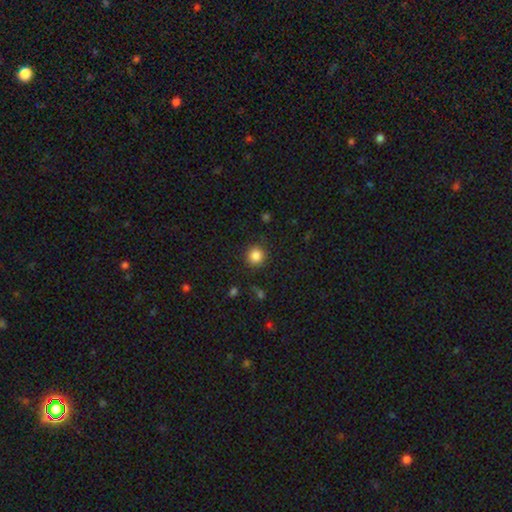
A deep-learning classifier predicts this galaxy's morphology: Smooth or featured: smooth — 85% (star or artifact — 11%)
How rounded: round — 91% (in between — 8%)
Merging: none — 87% (minor disturbance — 9%)